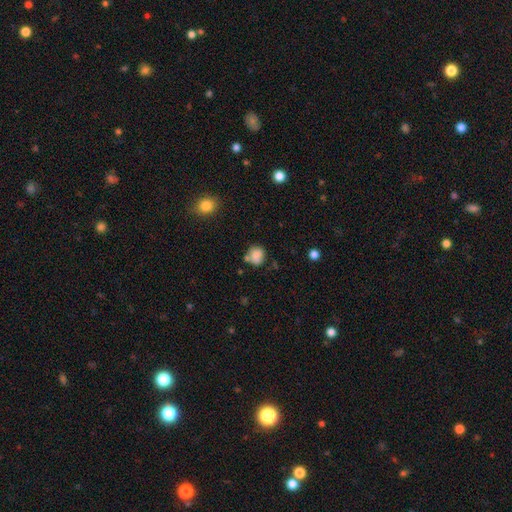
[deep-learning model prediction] This appears to be a smooth galaxy with no disk features (81%) that is round (75%). Merging: none (60%).